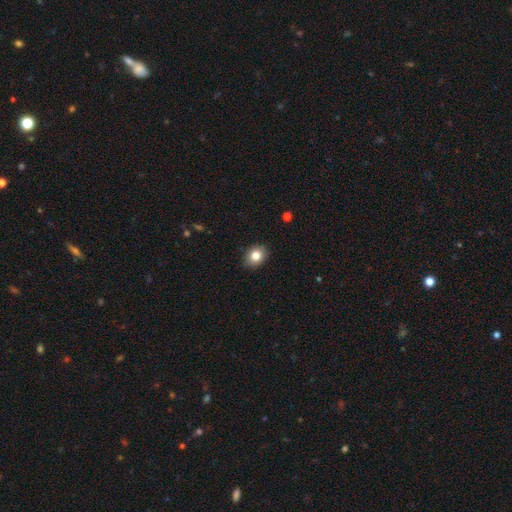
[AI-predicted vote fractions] Q: Smooth or featured?
A: smooth (82%); runner-up: star or artifact (10%)
Q: How rounded?
A: round (52%); runner-up: in between (47%)
Q: Merging?
A: none (88%); runner-up: minor disturbance (9%)